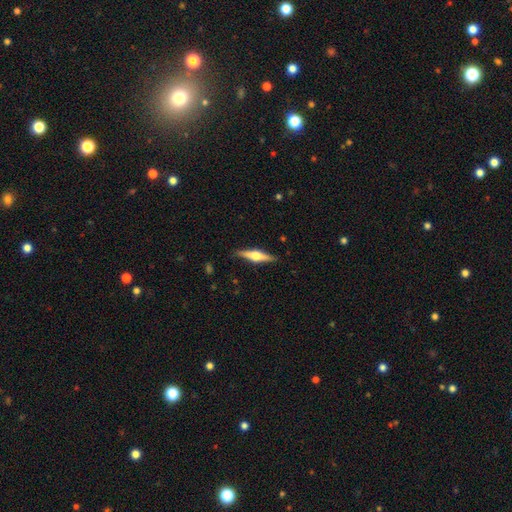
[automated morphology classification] smooth_or_featured: featured or disk (p=0.70) [alt: smooth p=0.25]
disk_edge_on: yes (p=0.97) [alt: no p=0.03]
edge_on_bulge: rounded (p=0.94) [alt: boxy p=0.05]
merging: none (p=0.89) [alt: minor disturbance p=0.08]